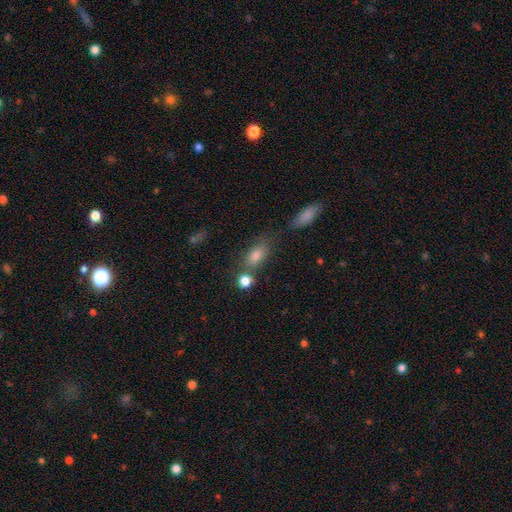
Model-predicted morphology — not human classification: The model was most divided on "merging": none: 57%, merger: 21%, minor disturbance: 16%, major disturbance: 7%. More confident: smooth or featured — smooth (77%); how rounded — in between (74%).